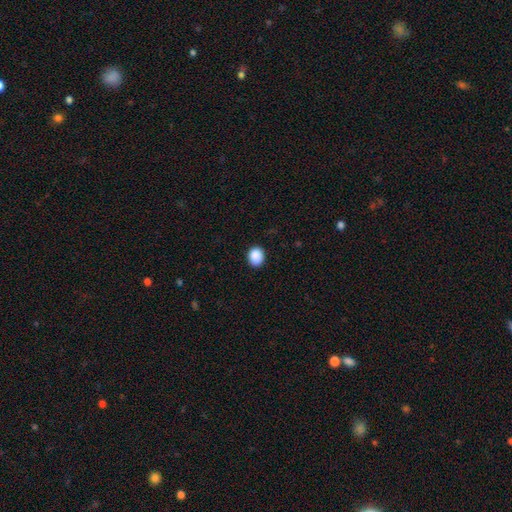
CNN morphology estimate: smooth-or-featured: smooth: 89% | star or artifact: 8% | featured or disk: 2%
  how-rounded: round: 64% | in between: 36% | cigar-shaped: 1%
  merging: none: 89% | minor disturbance: 8% | major disturbance: 2% | merger: 1%